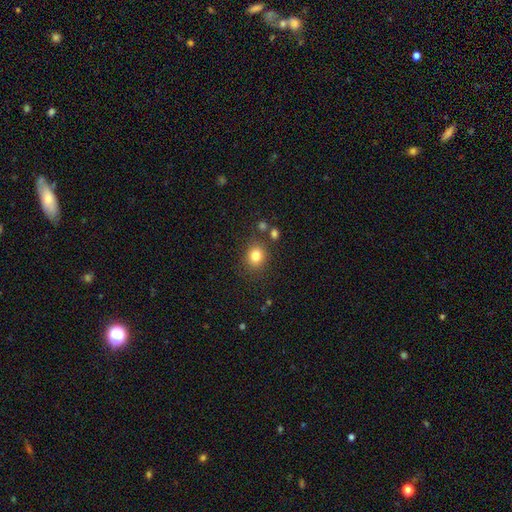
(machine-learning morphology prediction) A smooth galaxy with no disk features (82%) that is round (66%).

Vote fractions:
- Smooth or featured? smooth: 82% / star or artifact: 11% / featured or disk: 7%
- How rounded? round: 66% / in between: 33% / cigar-shaped: 1%
- Merging? none: 79% / minor disturbance: 11% / merger: 6% / major disturbance: 4%